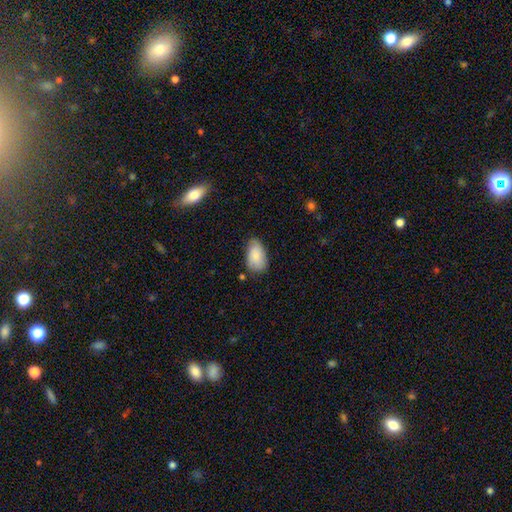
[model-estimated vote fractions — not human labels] Morphology: type=smooth (84%); roundness=in between (94%); merging=none (69%).